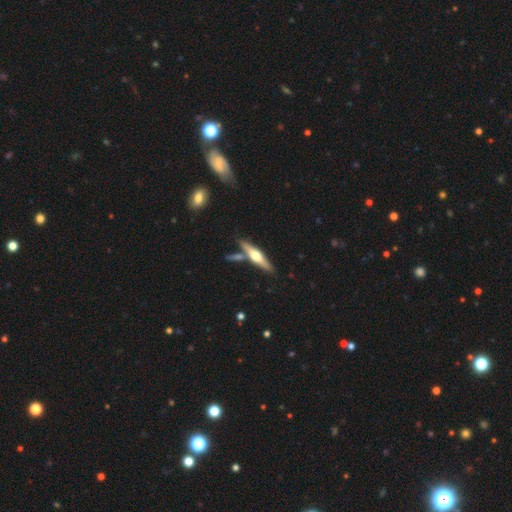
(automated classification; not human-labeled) featured or disk 67%, smooth 27%, star or artifact 6%. Down the decision tree: edge-on disk — yes (96%); edge-on bulge — rounded (93%); merging — none (75%).